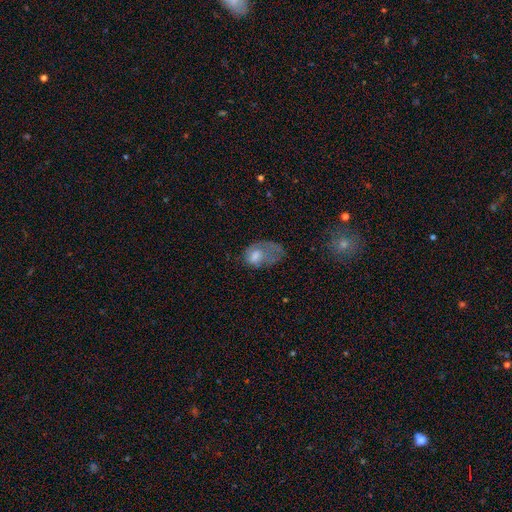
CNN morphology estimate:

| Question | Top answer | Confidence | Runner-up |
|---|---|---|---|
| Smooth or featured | smooth | 52% | featured or disk (36%) |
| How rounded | in between | 82% | round (16%) |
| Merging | major disturbance | 46% | minor disturbance (26%) |